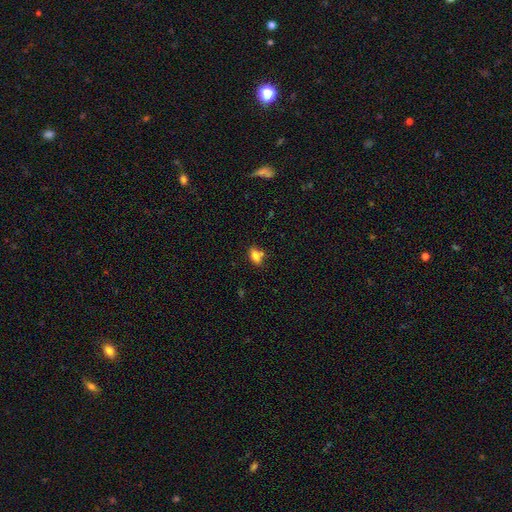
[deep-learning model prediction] smooth_or_featured: smooth (p=0.77) [alt: featured or disk p=0.12]
how_rounded: in between (p=0.81) [alt: round p=0.12]
merging: none (p=0.62) [alt: minor disturbance p=0.17]